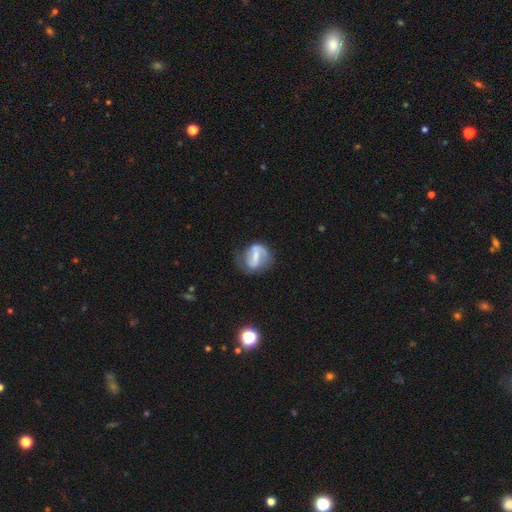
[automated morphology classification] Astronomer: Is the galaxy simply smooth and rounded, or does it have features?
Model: featured or disk — 67%.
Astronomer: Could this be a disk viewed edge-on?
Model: no — 96%.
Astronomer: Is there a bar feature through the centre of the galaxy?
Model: strong — 60%.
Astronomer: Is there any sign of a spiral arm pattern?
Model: yes — 69%.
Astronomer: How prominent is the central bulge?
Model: small — 38% (runner-up: none, 28%).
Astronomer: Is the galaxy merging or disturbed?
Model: none — 55%.